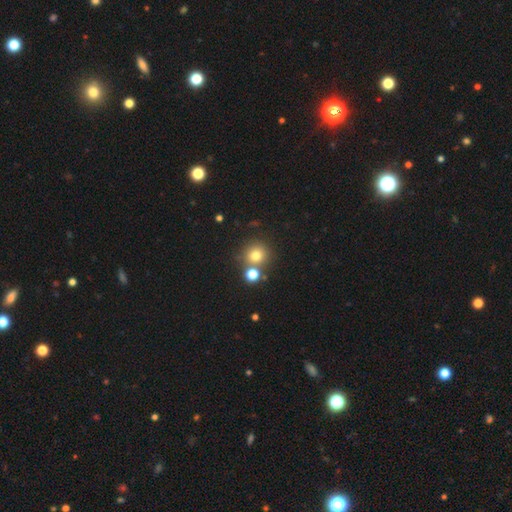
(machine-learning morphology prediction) Smooth or featured: smooth — 75% (star or artifact — 16%)
How rounded: round — 91% (in between — 8%)
Merging: none — 69% (merger — 21%)